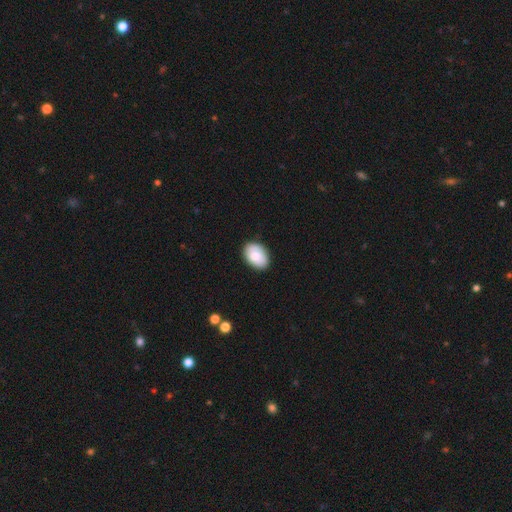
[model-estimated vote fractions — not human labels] A smooth galaxy with no disk features (80%) that is in between round and cigar-shaped (85%). Merging: none (84%).